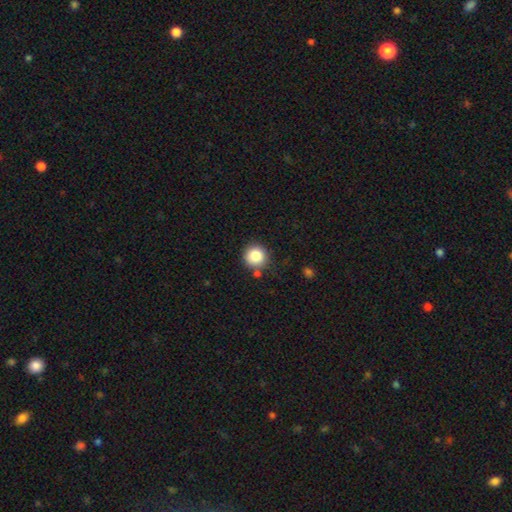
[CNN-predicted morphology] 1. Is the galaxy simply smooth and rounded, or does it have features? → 84% smooth, 10% star or artifact, 5% featured or disk.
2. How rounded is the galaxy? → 94% round, 5% in between, 1% cigar-shaped.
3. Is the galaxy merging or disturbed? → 82% none, 10% minor disturbance, 6% merger, 3% major disturbance.